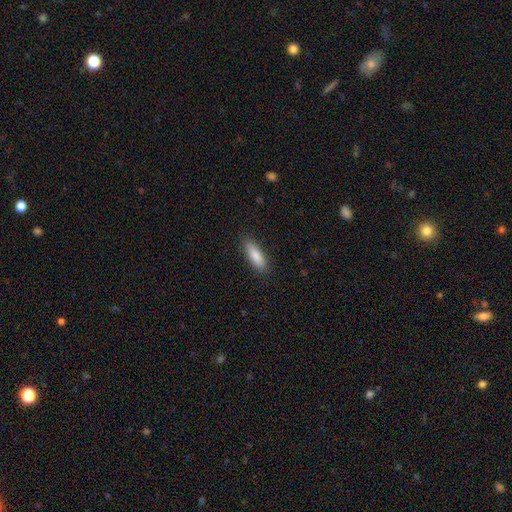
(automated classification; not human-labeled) Q: Smooth or featured?
A: smooth (84%); runner-up: featured or disk (11%)
Q: How rounded?
A: cigar-shaped (50%); runner-up: in between (48%)
Q: Merging?
A: none (88%); runner-up: minor disturbance (9%)